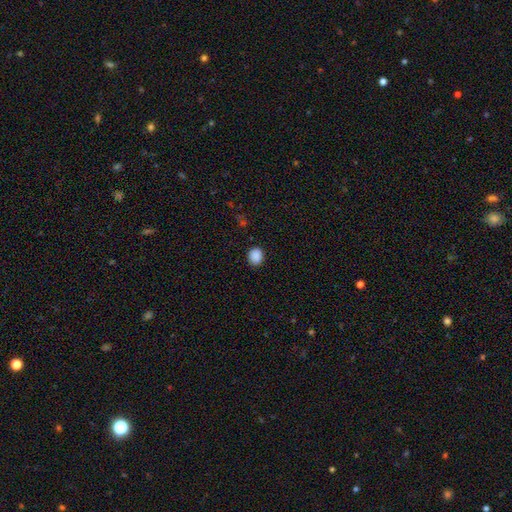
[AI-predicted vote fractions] Morphology: type=smooth (88%); roundness=round (67%); merging=none (88%).